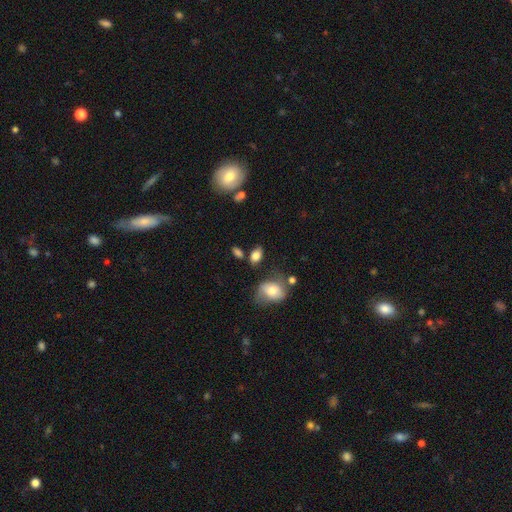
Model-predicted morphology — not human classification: This is clearly a smooth galaxy (81%). How rounded: clearly in between (86%). Merging: likely none (62%).